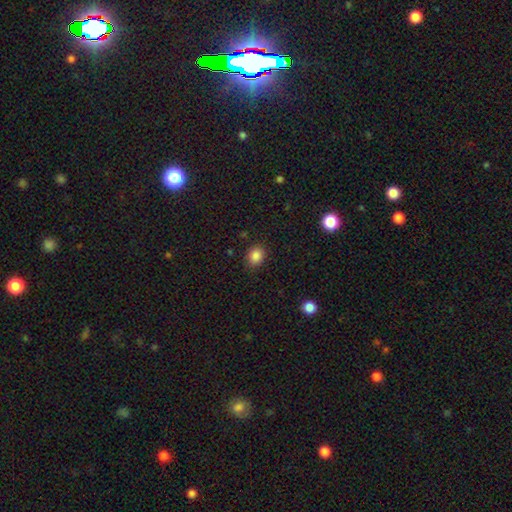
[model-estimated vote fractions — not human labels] Q: Smooth or featured?
A: smooth (85%); runner-up: star or artifact (11%)
Q: How rounded?
A: round (59%); runner-up: in between (40%)
Q: Merging?
A: none (86%); runner-up: minor disturbance (10%)